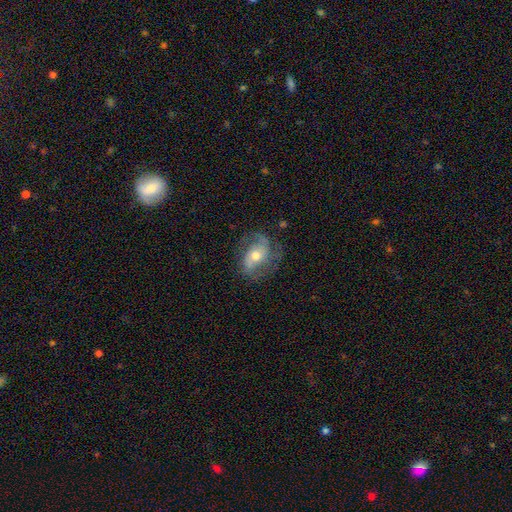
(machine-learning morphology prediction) The model was most divided on "spiral winding": medium: 45%, loose: 32%, tight: 23%. More confident: edge-on disk — no (96%); spiral arms — yes (91%); smooth or featured — featured or disk (77%); spiral arm count — 2 (71%); bulge size — moderate (71%); merging — none (66%); bar — no (51%).